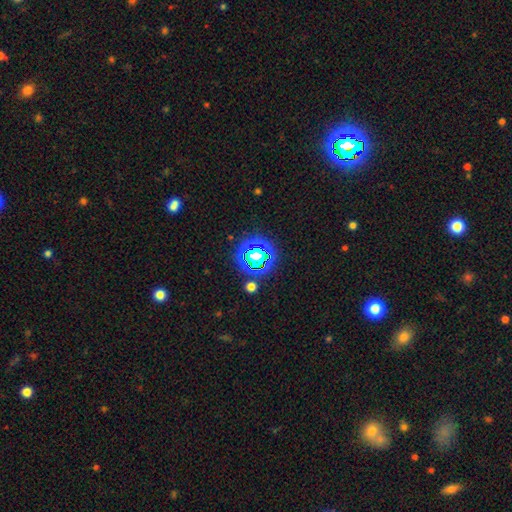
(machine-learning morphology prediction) star or artifact 59%, smooth 28%, featured or disk 12%.